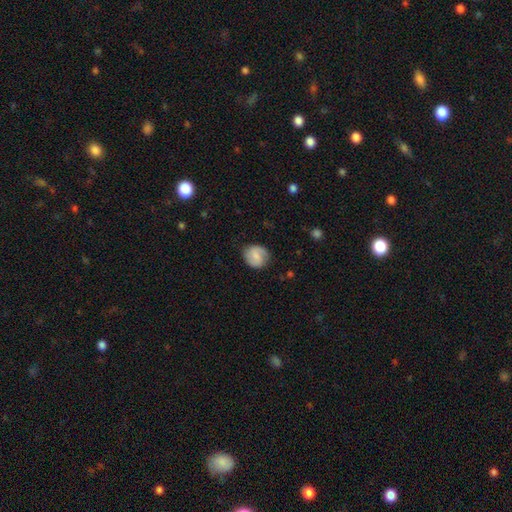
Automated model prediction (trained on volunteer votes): Smooth or featured?
  - smooth: 61% *
  - featured or disk: 31%
  - star or artifact: 7%
How rounded?
  - round: 77% *
  - in between: 22%
  - cigar-shaped: 1%
Merging?
  - none: 78% *
  - minor disturbance: 16%
  - major disturbance: 4%
  - merger: 1%